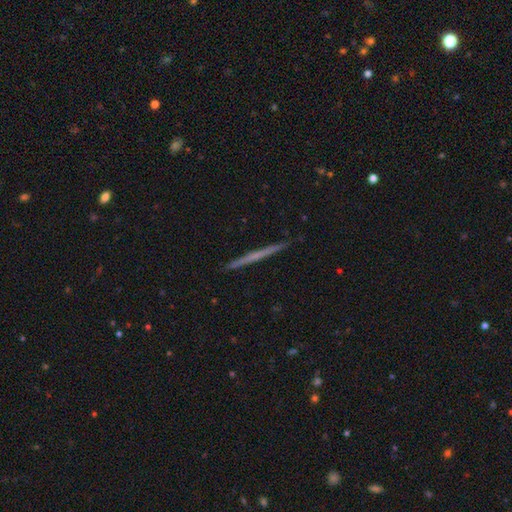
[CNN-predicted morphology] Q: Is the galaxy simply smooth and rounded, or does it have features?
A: featured or disk — 58%.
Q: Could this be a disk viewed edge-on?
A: yes — 98%.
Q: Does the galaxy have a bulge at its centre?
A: none — 84%.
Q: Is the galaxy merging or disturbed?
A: none — 93%.